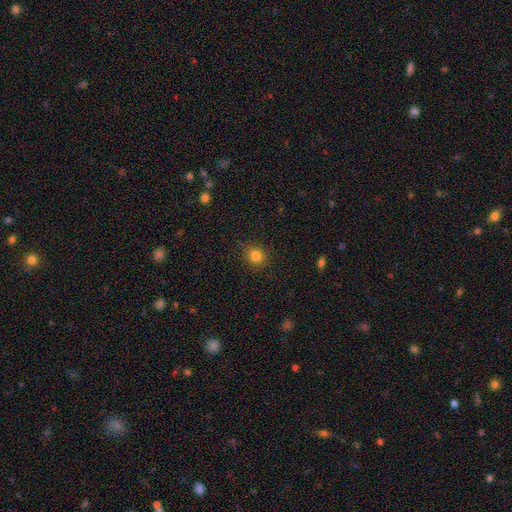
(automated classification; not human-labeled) A smooth galaxy with no disk features (83%) that is round (86%). Merging: none (88%).